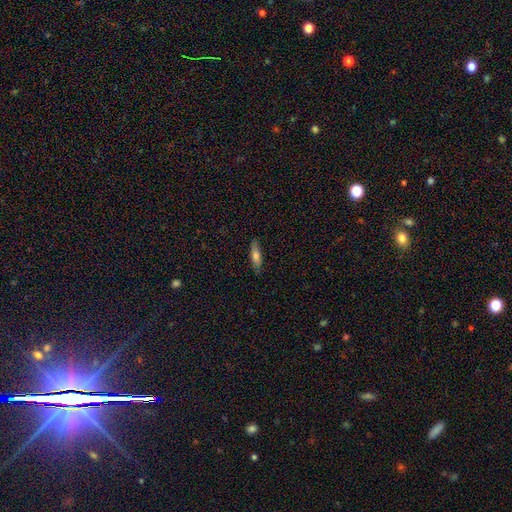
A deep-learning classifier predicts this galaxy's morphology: smooth 70%, featured or disk 23%, star or artifact 7%. Down the decision tree: how rounded — cigar-shaped (62%); merging — none (83%).